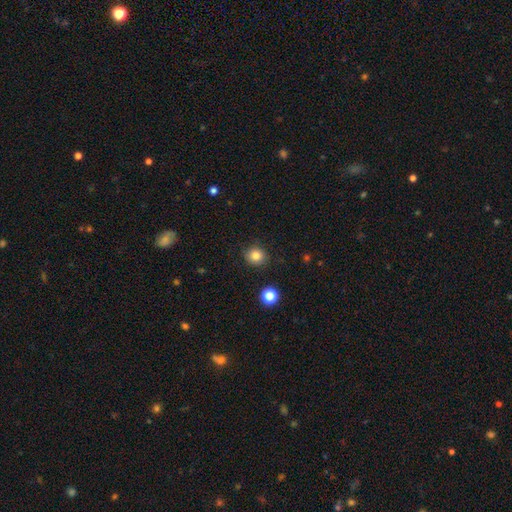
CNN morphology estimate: Smooth or featured? smooth (84%)
How rounded? round (88%)
Merging? none (89%)